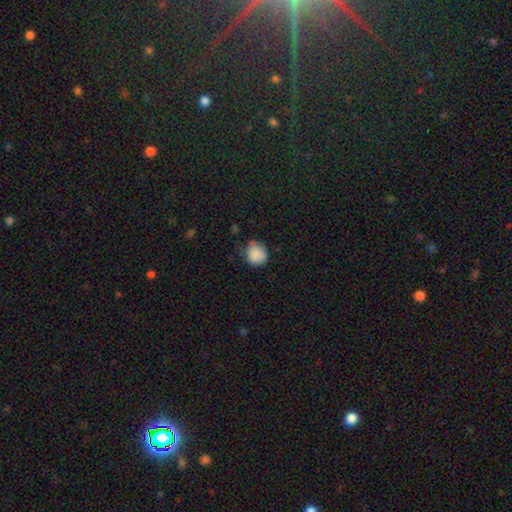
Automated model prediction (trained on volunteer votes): Smooth or featured? smooth (86%)
How rounded? round (77%)
Merging? none (57%)